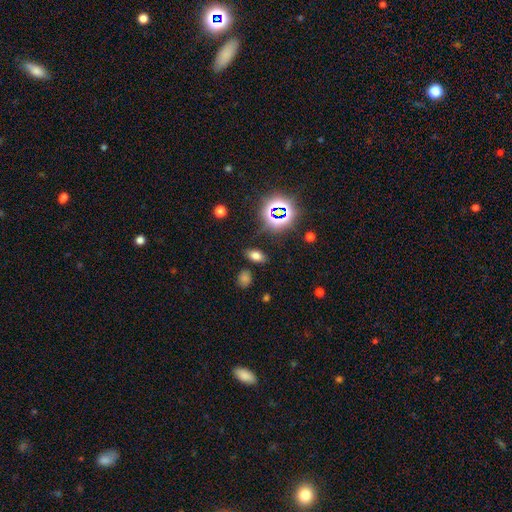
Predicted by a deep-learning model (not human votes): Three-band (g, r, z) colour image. It shows a smooth galaxy with no disk features (65%) that is in between round and cigar-shaped (86%). Merging: none (82%).